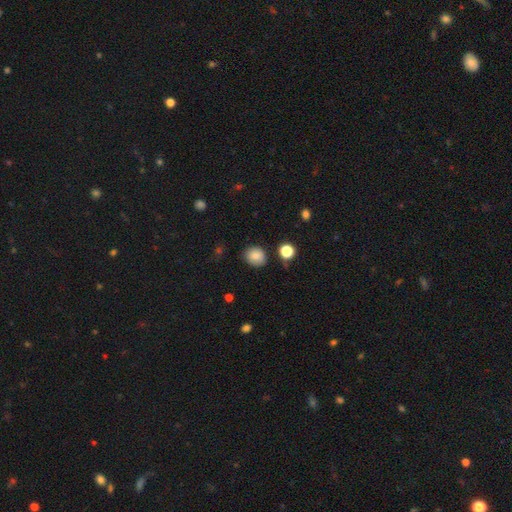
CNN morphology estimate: smooth_or_featured: smooth (p=0.84) [alt: star or artifact p=0.10]
how_rounded: round (p=0.69) [alt: in between p=0.30]
merging: none (p=0.83) [alt: minor disturbance p=0.12]